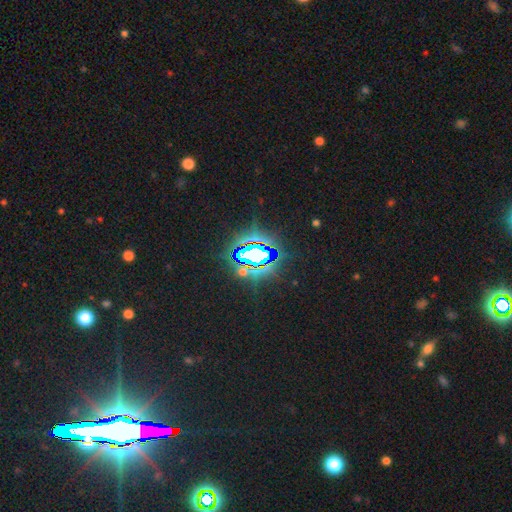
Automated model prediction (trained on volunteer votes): This is likely a star or artifact rather than a galaxy (78%).